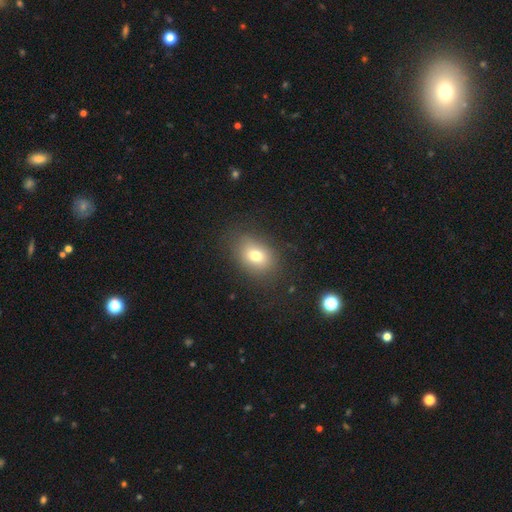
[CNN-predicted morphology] type=smooth (74%); roundness=in between (69%); merging=none (79%).